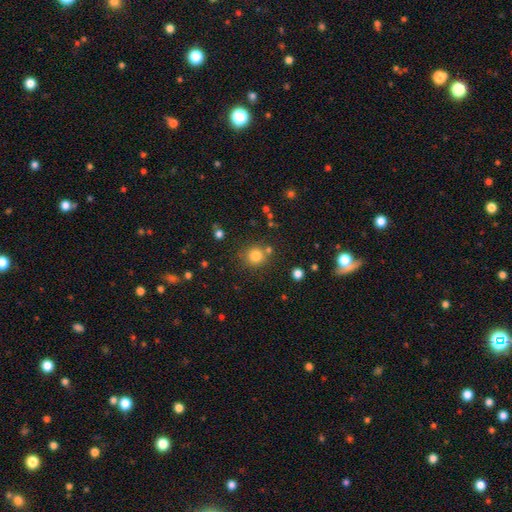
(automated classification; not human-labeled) smooth 80%, star or artifact 14%, featured or disk 6%. Down the decision tree: how rounded — round (91%); merging — none (78%).